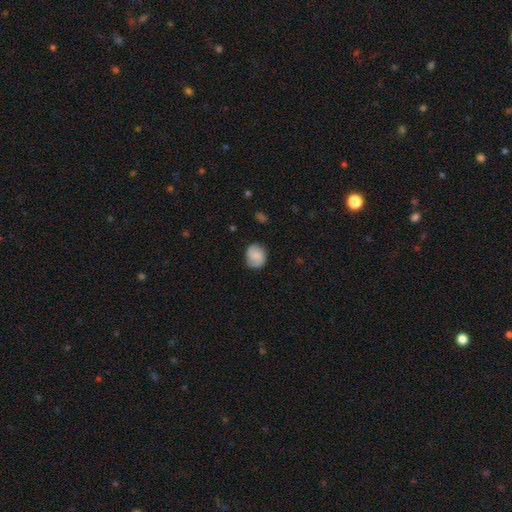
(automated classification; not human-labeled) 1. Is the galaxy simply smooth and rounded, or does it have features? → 66% smooth, 26% featured or disk, 8% star or artifact.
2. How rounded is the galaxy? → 68% round, 31% in between, 1% cigar-shaped.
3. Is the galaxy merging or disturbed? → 76% none, 18% minor disturbance, 5% major disturbance, 1% merger.